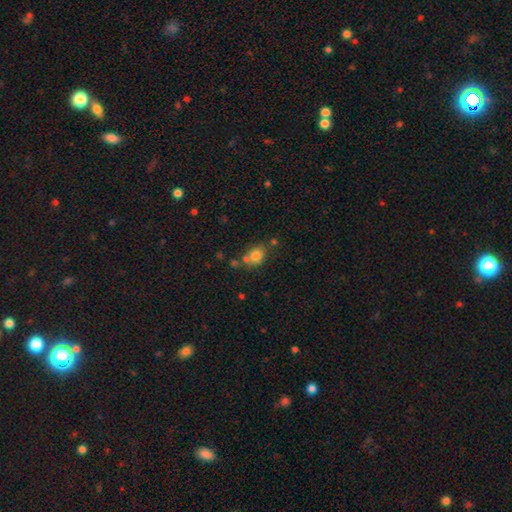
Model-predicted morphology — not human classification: Smooth or featured? Predicted: smooth (p=0.78). How rounded? Predicted: in between (p=0.53). Merging? Predicted: none (p=0.56).